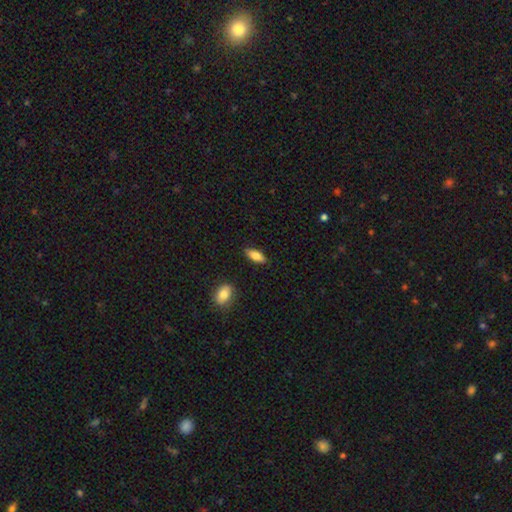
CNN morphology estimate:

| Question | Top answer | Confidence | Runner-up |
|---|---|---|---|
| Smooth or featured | smooth | 80% | featured or disk (13%) |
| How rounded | in between | 80% | cigar-shaped (18%) |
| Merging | none | 87% | minor disturbance (9%) |